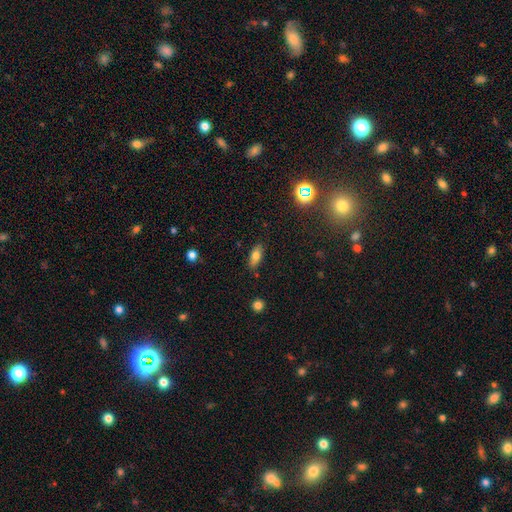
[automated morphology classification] smooth 72%, featured or disk 18%, star or artifact 9%. Down the decision tree: how rounded — in between (79%); merging — none (84%).